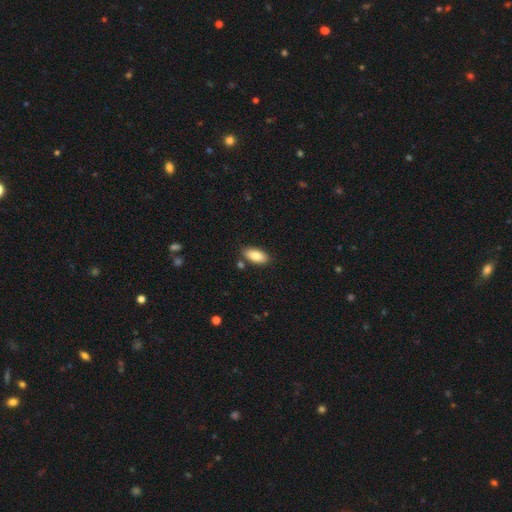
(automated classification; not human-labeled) The model was most divided on "merging": none: 82%, minor disturbance: 12%, merger: 4%, major disturbance: 2%. More confident: how rounded — in between (91%); smooth or featured — smooth (84%).